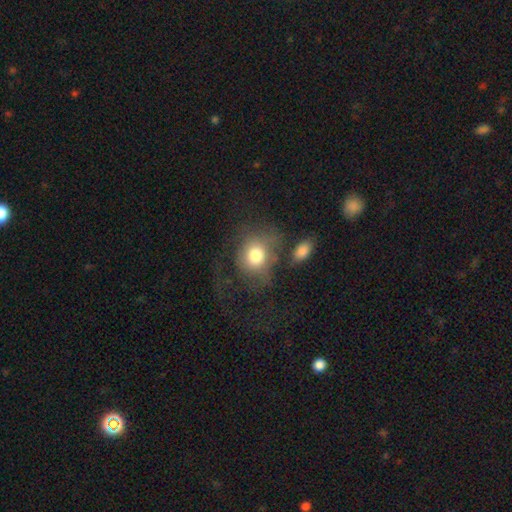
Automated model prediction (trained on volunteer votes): This appears to be a smooth galaxy with no disk features (72%) that is round (66%). Merging: none (41%).